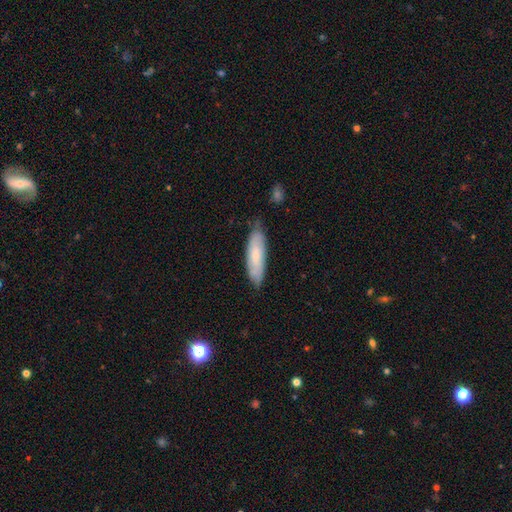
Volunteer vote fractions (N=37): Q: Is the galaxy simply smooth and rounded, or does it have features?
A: smooth — 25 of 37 (68%).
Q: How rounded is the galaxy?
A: cigar-shaped — 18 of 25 (72%).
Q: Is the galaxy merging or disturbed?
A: none — 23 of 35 (66%).